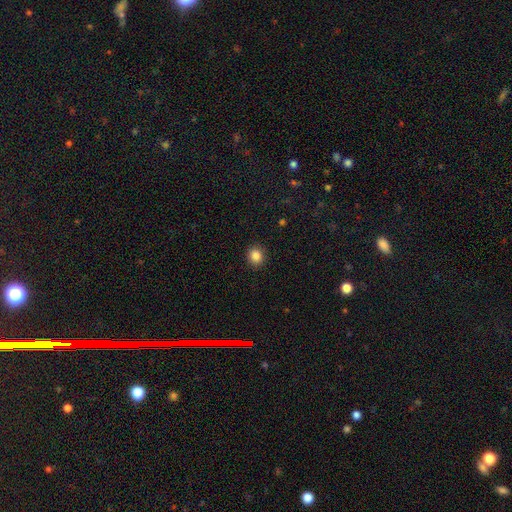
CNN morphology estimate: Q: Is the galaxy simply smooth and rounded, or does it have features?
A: smooth — 85%.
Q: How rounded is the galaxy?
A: round — 79%.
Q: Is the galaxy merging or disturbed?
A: none — 91%.